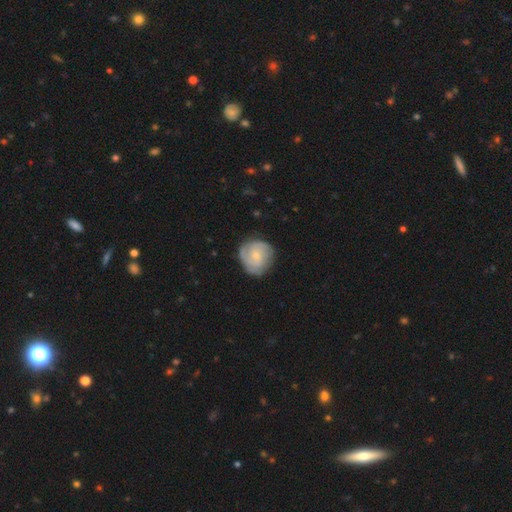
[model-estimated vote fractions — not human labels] A featured or disk galaxy (55%) with no bar (71%), spiral arms (85%) and a small central bulge (69%).

Vote fractions:
- Smooth or featured? featured or disk: 55% / smooth: 39% / star or artifact: 6%
- Edge-on disk? no: 98% / yes: 2%
- Bar? no: 71% / weak: 25% / strong: 3%
- Spiral arms? yes: 85% / no: 15%
- Bulge size? small: 69% / moderate: 23% / none: 6% / large: 1% / dominant: 1%
- Merging? none: 74% / minor disturbance: 19% / major disturbance: 6% / merger: 1%